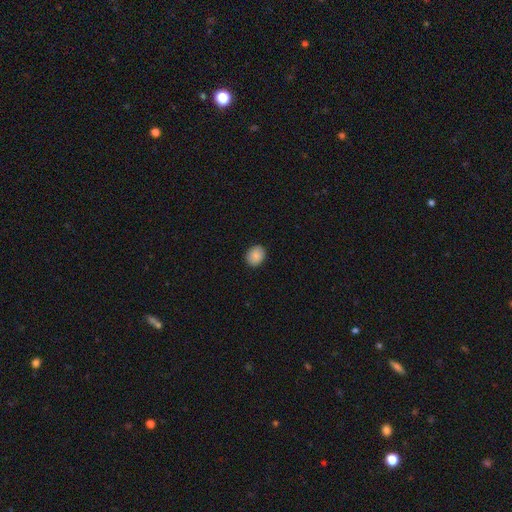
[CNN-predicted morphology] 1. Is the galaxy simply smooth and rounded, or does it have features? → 87% smooth, 8% star or artifact, 4% featured or disk.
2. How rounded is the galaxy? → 61% round, 38% in between, 1% cigar-shaped.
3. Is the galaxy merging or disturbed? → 89% none, 8% minor disturbance, 2% major disturbance, 1% merger.